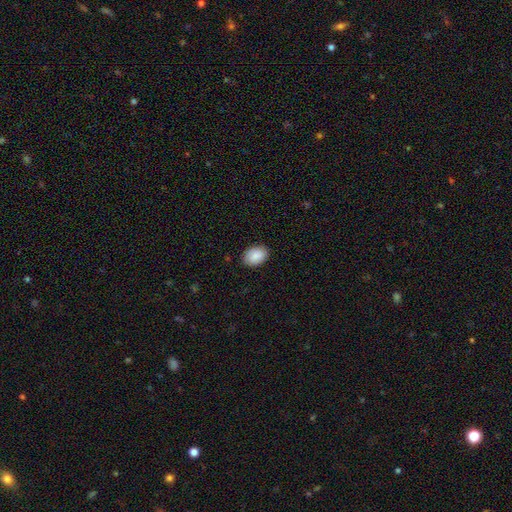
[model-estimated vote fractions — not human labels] This appears to be a smooth galaxy with no disk features (88%) that is in between round and cigar-shaped (78%). Merging: none (87%).